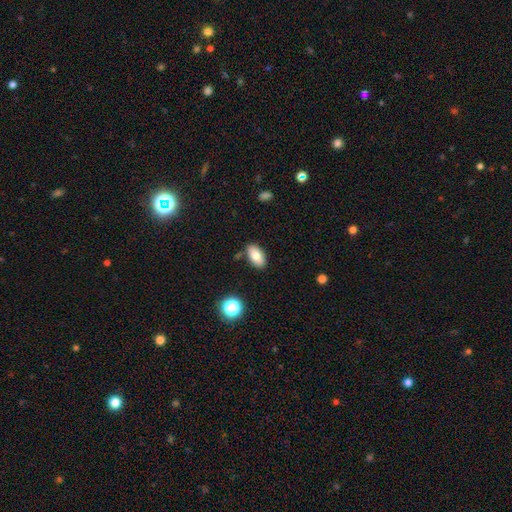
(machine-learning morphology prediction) smooth-or-featured: smooth: 80% | featured or disk: 11% | star or artifact: 8%
  how-rounded: in between: 91% | cigar-shaped: 5% | round: 4%
  merging: none: 83% | minor disturbance: 11% | merger: 4% | major disturbance: 2%